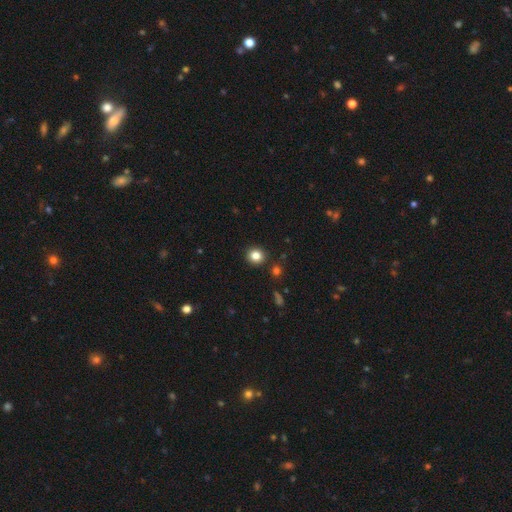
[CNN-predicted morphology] The model was most divided on "smooth or featured": smooth: 83%, star or artifact: 11%, featured or disk: 6%. More confident: merging — none (90%); how rounded — round (86%).